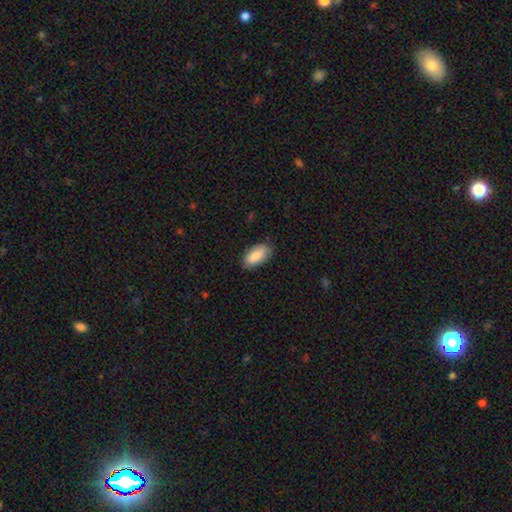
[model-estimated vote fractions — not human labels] smooth_or_featured: smooth (p=0.87) [alt: featured or disk p=0.07]
how_rounded: in between (p=0.92) [alt: cigar-shaped p=0.05]
merging: none (p=0.83) [alt: minor disturbance p=0.14]